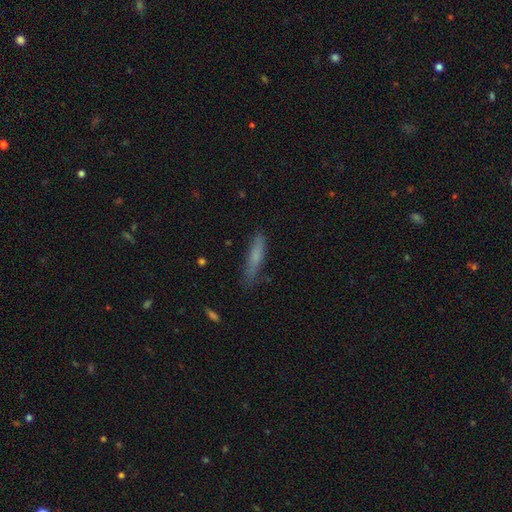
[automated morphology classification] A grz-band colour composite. It shows a smooth galaxy with no disk features (69%) that is cigar-shaped (87%). Merging: none (74%).